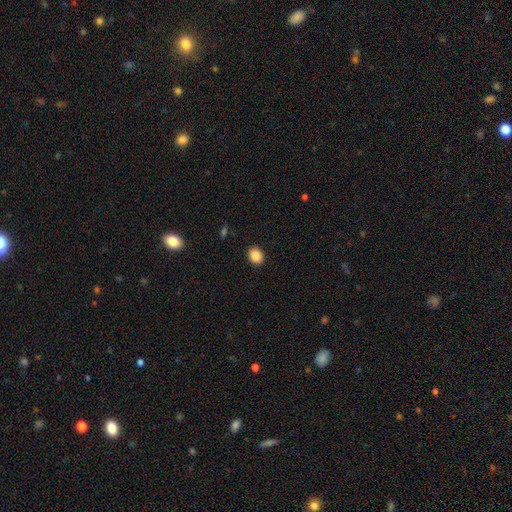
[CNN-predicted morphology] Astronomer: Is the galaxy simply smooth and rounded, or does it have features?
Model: smooth — 88%.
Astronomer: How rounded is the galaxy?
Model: in between — 51% (runner-up: round, 48%).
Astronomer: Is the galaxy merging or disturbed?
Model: none — 91%.